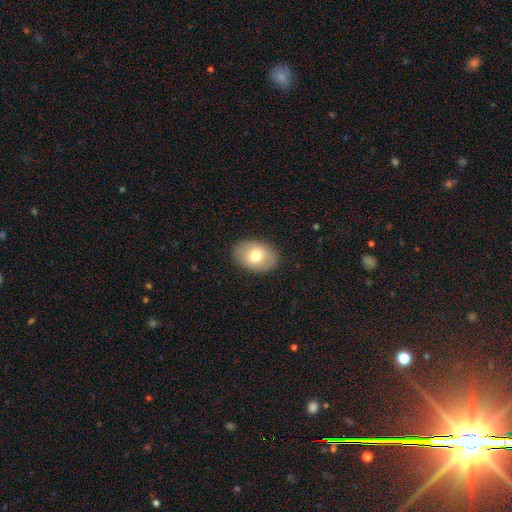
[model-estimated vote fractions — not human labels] Smooth or featured?
  - smooth: 70% *
  - featured or disk: 23%
  - star or artifact: 7%
How rounded?
  - in between: 79% *
  - round: 20%
  - cigar-shaped: 1%
Merging?
  - none: 87% *
  - minor disturbance: 9%
  - major disturbance: 3%
  - merger: 1%